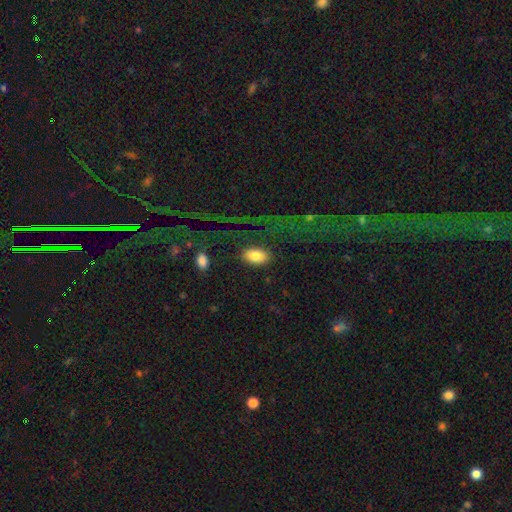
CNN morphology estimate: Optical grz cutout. It shows a smooth galaxy with no disk features (83%) that is in between round and cigar-shaped (90%). Merging: none (83%).